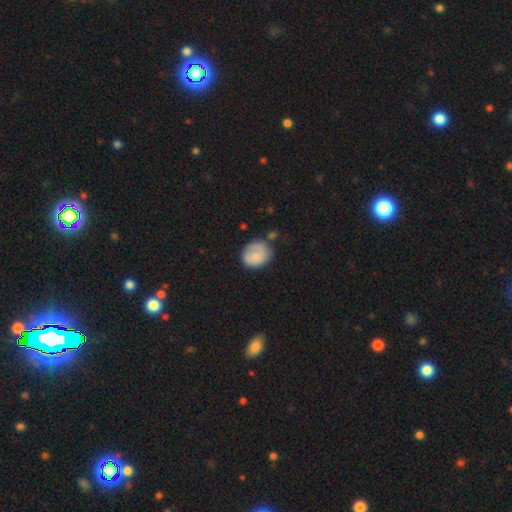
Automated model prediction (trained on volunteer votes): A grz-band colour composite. It shows a smooth galaxy with no disk features (74%) that is round (67%). Merging: none (62%).